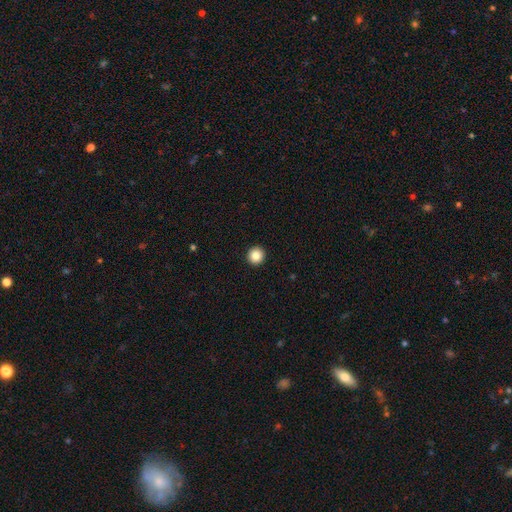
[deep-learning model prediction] Overall: smooth (85%). How rounded: round (96%). Merging: none (94%).